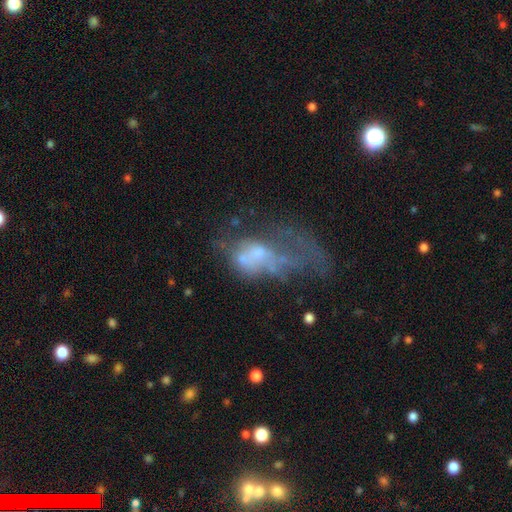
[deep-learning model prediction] Morphology: type=featured or disk (49%); merging=major disturbance (45%).